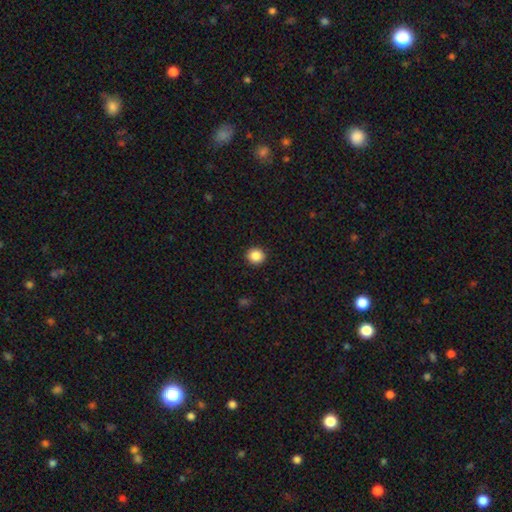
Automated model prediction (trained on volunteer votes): smooth-or-featured: smooth: 87% | star or artifact: 10% | featured or disk: 3%
  how-rounded: round: 90% | in between: 9% | cigar-shaped: 1%
  merging: none: 92% | minor disturbance: 5% | major disturbance: 2% | merger: 1%